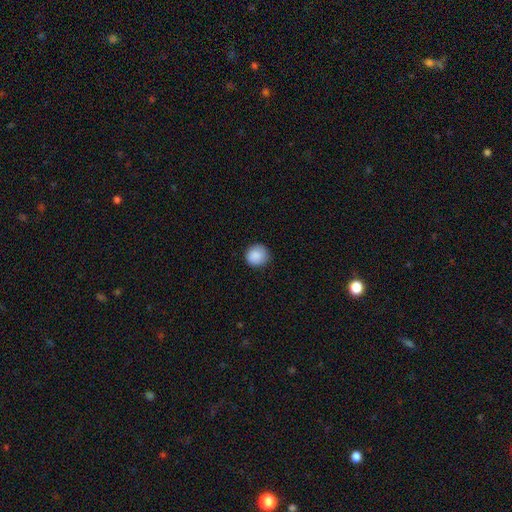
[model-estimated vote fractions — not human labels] Smooth or featured: smooth — 89% (star or artifact — 8%)
How rounded: round — 92% (in between — 7%)
Merging: none — 87% (minor disturbance — 10%)